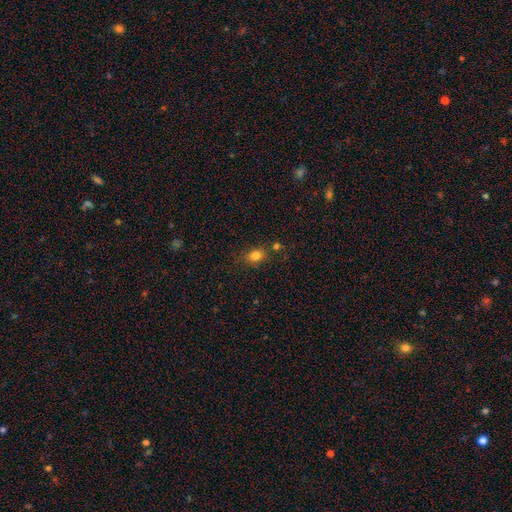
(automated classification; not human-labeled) This appears to be a smooth galaxy with no disk features (81%) that is round (50%). Merging: none (73%).